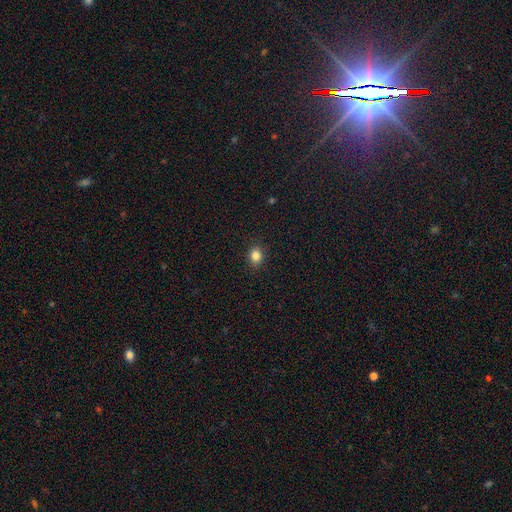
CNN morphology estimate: type=smooth (83%); roundness=round (59%); merging=none (90%).